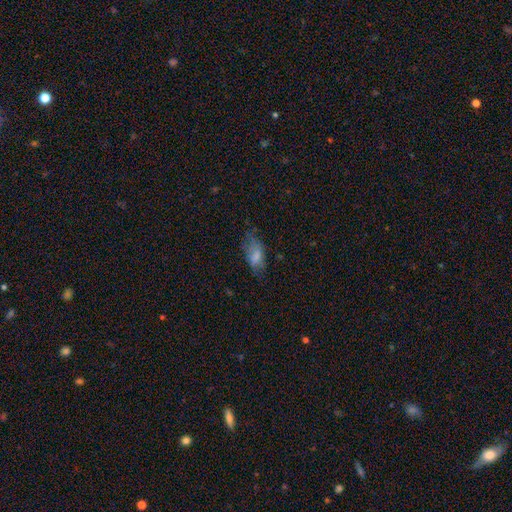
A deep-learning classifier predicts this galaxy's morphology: smooth-or-featured: smooth: 69% | featured or disk: 22% | star or artifact: 10%
  how-rounded: in between: 86% | cigar-shaped: 10% | round: 4%
  merging: none: 50% | minor disturbance: 29% | major disturbance: 19% | merger: 2%